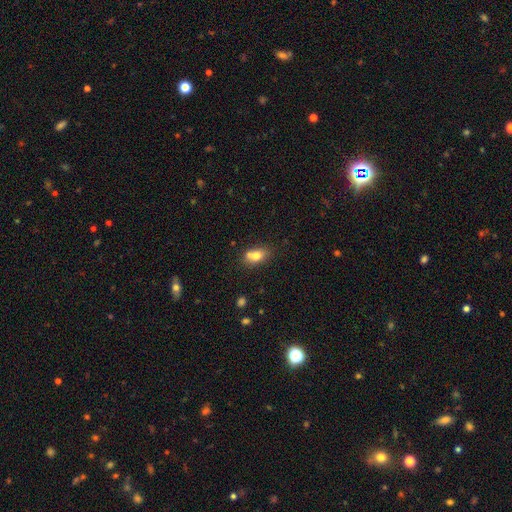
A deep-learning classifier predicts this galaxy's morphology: This is likely a smooth galaxy (74%). How rounded: likely in between (75%). Merging: possibly none (53%).